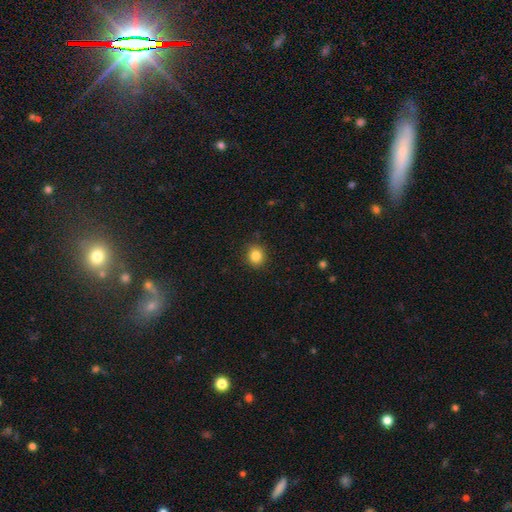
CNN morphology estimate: Smooth or featured? smooth (84%)
How rounded? round (81%)
Merging? none (89%)